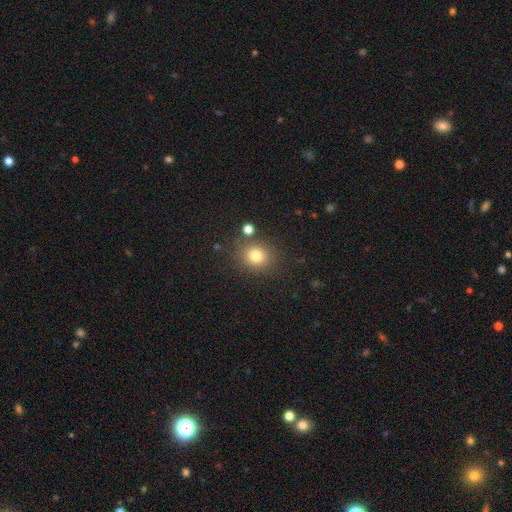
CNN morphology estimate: This is likely a smooth galaxy (78%). How rounded: likely round (78%). Merging: clearly none (81%).